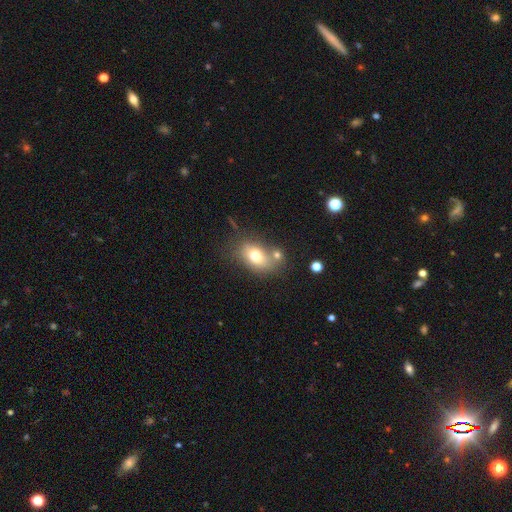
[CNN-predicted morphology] Q: Smooth or featured?
A: smooth (75%); runner-up: featured or disk (16%)
Q: How rounded?
A: in between (82%); runner-up: round (16%)
Q: Merging?
A: none (55%); runner-up: merger (20%)